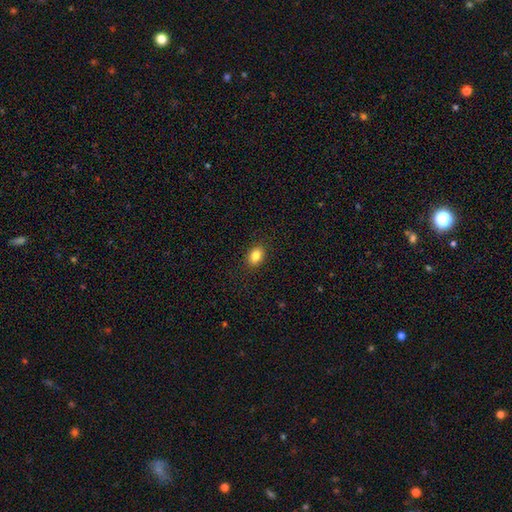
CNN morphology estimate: The model was most divided on "how rounded": in between: 73%, round: 26%, cigar-shaped: 1%. More confident: merging — none (89%); smooth or featured — smooth (84%).